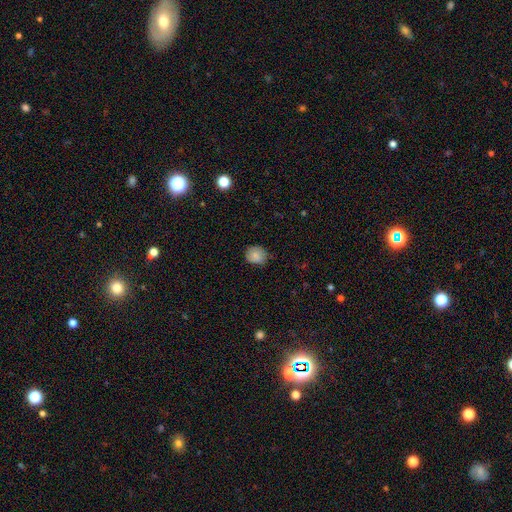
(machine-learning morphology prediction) Smooth or featured: smooth — 83% (featured or disk — 9%)
How rounded: round — 75% (in between — 24%)
Merging: none — 74% (minor disturbance — 22%)